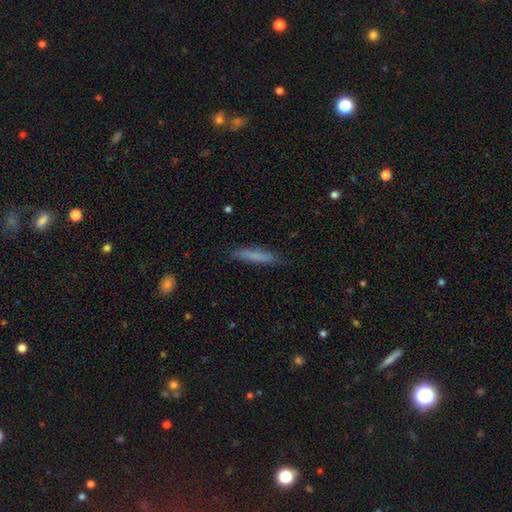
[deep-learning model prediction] Q: Smooth or featured?
A: smooth (74%); runner-up: featured or disk (19%)
Q: How rounded?
A: cigar-shaped (89%); runner-up: in between (9%)
Q: Merging?
A: none (85%); runner-up: minor disturbance (12%)